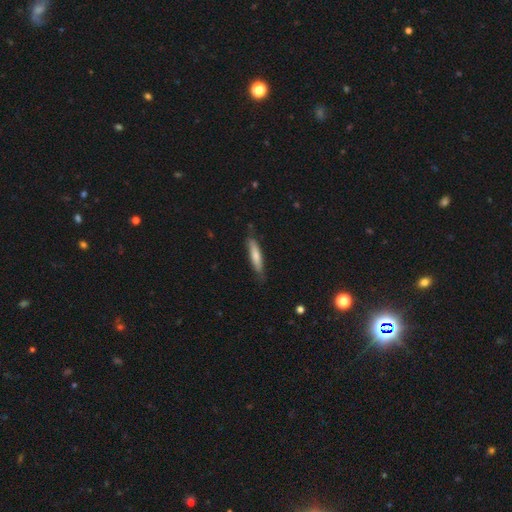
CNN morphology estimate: Smooth or featured?
  - smooth: 69% *
  - featured or disk: 25%
  - star or artifact: 5%
How rounded?
  - cigar-shaped: 83% *
  - in between: 15%
  - round: 1%
Merging?
  - none: 78% *
  - minor disturbance: 18%
  - major disturbance: 3%
  - merger: 1%